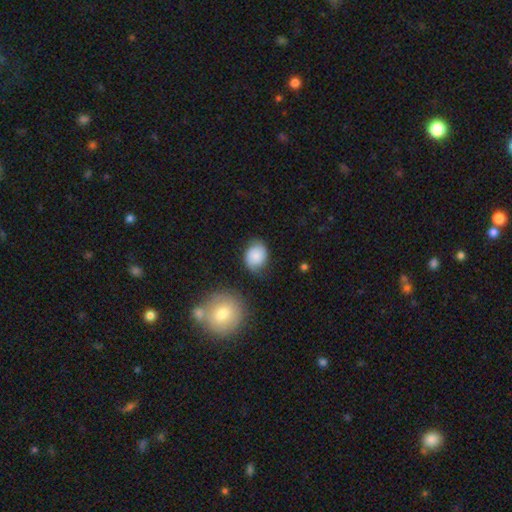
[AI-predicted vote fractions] Overall: smooth (78%). How rounded: round (51%; in between 48%). Merging: none (66%).